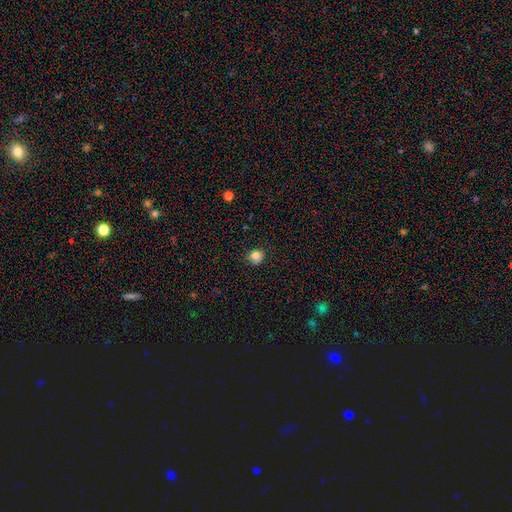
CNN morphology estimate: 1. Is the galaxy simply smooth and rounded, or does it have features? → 80% smooth, 12% star or artifact, 8% featured or disk.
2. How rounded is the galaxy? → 71% round, 28% in between, 1% cigar-shaped.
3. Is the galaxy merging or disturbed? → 71% none, 22% minor disturbance, 5% major disturbance, 2% merger.